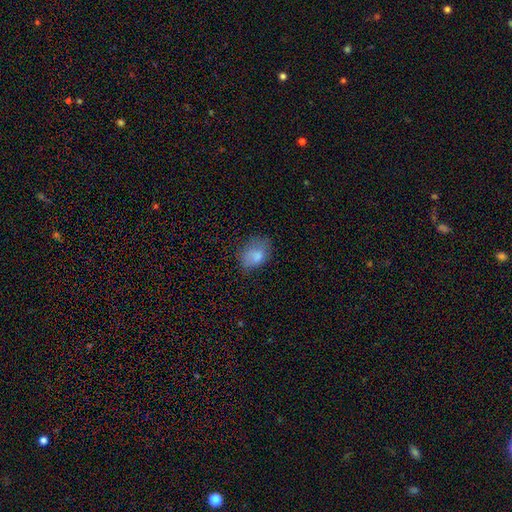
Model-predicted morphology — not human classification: Q: Smooth or featured?
A: smooth (78%); runner-up: featured or disk (12%)
Q: How rounded?
A: in between (76%); runner-up: round (22%)
Q: Merging?
A: none (52%); runner-up: minor disturbance (31%)